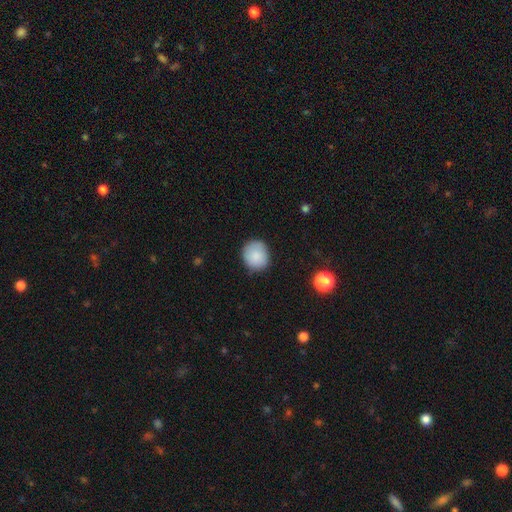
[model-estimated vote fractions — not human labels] This is clearly a smooth galaxy (86%). How rounded: clearly round (84%). Merging: clearly none (83%).